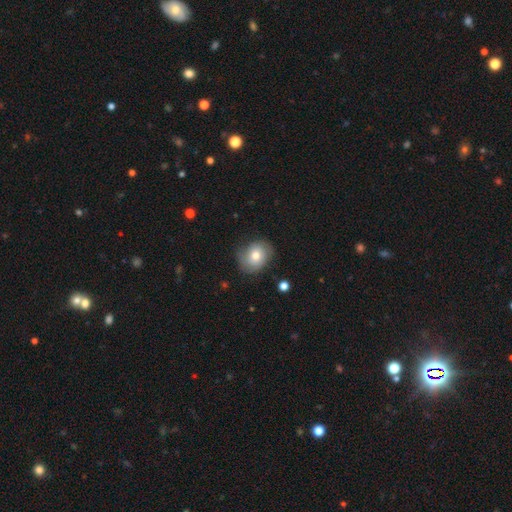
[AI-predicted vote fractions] smooth 66%, featured or disk 25%, star or artifact 9%. Down the decision tree: how rounded — round (54%); merging — none (74%).